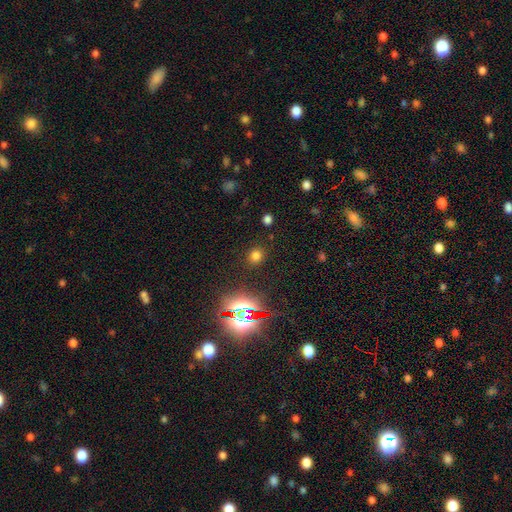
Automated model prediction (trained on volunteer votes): Q: Smooth or featured?
A: smooth (69%); runner-up: star or artifact (25%)
Q: How rounded?
A: round (72%); runner-up: in between (27%)
Q: Merging?
A: none (87%); runner-up: minor disturbance (8%)